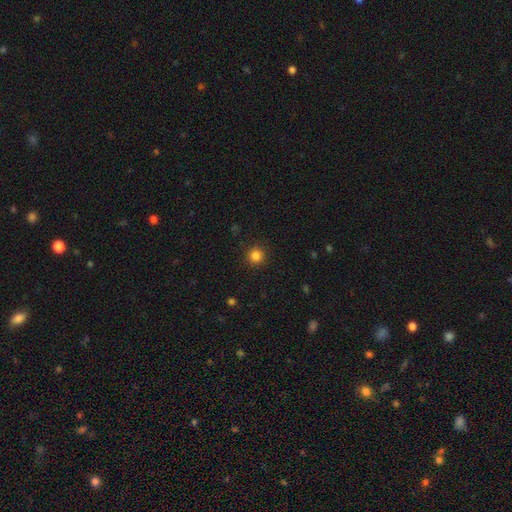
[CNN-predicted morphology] smooth-or-featured: smooth: 84% | star or artifact: 13% | featured or disk: 4%
  how-rounded: round: 95% | in between: 4% | cigar-shaped: 1%
  merging: none: 92% | minor disturbance: 5% | major disturbance: 2% | merger: 1%